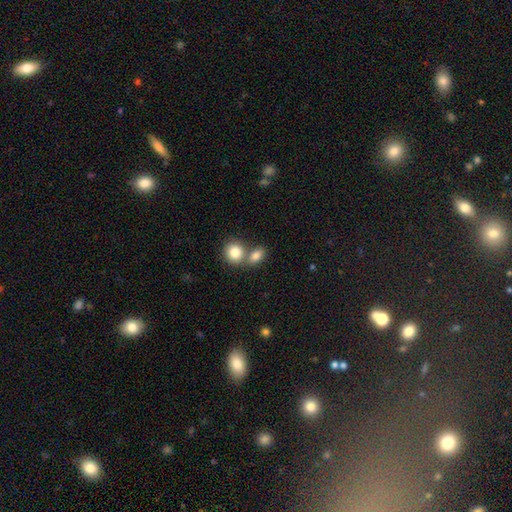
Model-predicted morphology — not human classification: type=smooth (83%); roundness=in between (67%); merging=merger (48%).